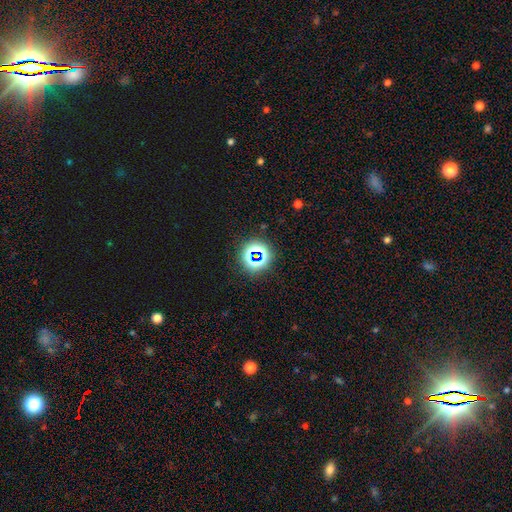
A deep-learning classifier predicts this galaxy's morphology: Overall: star or artifact (66%).